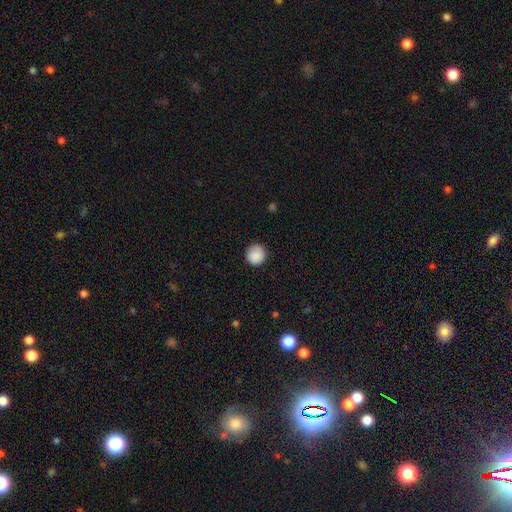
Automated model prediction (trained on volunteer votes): Smooth or featured?
  - smooth: 88% *
  - star or artifact: 8%
  - featured or disk: 4%
How rounded?
  - round: 93% *
  - in between: 6%
  - cigar-shaped: 1%
Merging?
  - none: 84% *
  - minor disturbance: 12%
  - major disturbance: 3%
  - merger: 1%